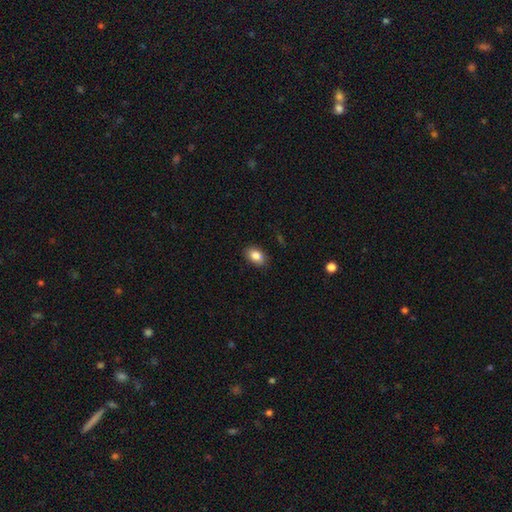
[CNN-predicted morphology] Smooth or featured? Predicted: smooth (p=0.83). How rounded? Predicted: in between (p=0.87). Merging? Predicted: none (p=0.84).